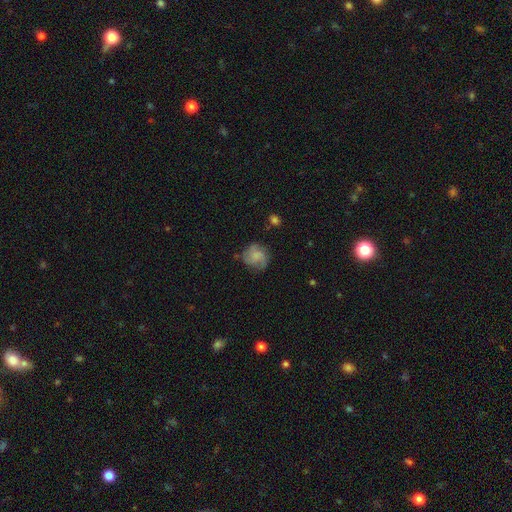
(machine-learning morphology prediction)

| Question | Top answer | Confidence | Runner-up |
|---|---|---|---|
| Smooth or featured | smooth | 52% | featured or disk (39%) |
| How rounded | round | 80% | in between (19%) |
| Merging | none | 67% | minor disturbance (22%) |